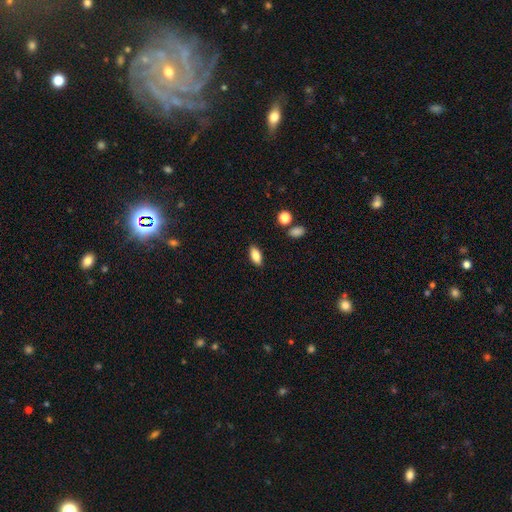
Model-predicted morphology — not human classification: This appears to be a smooth galaxy with no disk features (82%) that is in between round and cigar-shaped (86%). Merging: none (87%).